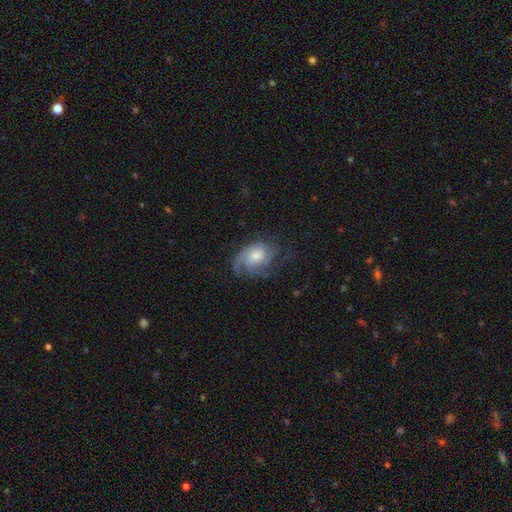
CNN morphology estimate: Smooth or featured? Predicted: featured or disk (p=0.66). Edge-on disk? Predicted: no (p=0.96). Bar? Predicted: no (p=0.67). Spiral arms? Predicted: yes (p=0.88). Spiral winding? Predicted: tight (p=0.41). Spiral arm count? Predicted: can't tell (p=0.35). Bulge size? Predicted: moderate (p=0.55). Merging? Predicted: none (p=0.54).